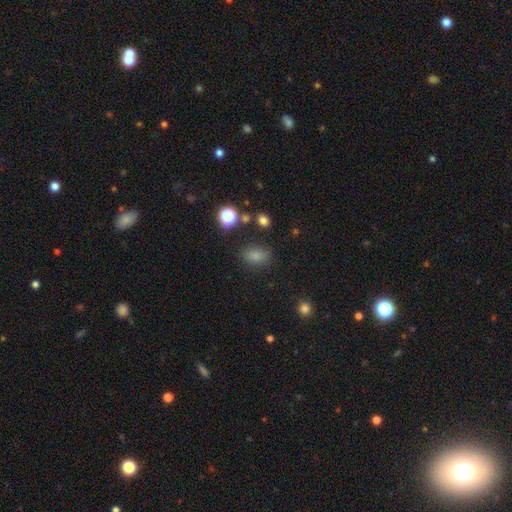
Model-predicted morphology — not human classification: Smooth or featured? smooth (79%)
How rounded? in between (75%)
Merging? none (77%)